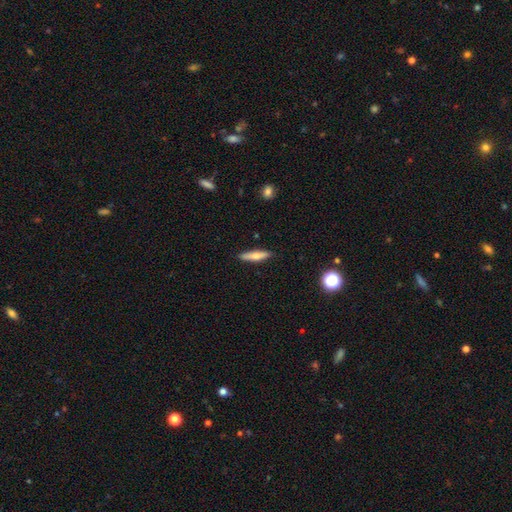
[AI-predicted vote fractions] A smooth galaxy with no disk features (66%) that is cigar-shaped (80%).

Vote fractions:
- Smooth or featured? smooth: 66% / featured or disk: 27% / star or artifact: 6%
- How rounded? cigar-shaped: 80% / in between: 18% / round: 2%
- Merging? none: 89% / minor disturbance: 8% / major disturbance: 2% / merger: 1%